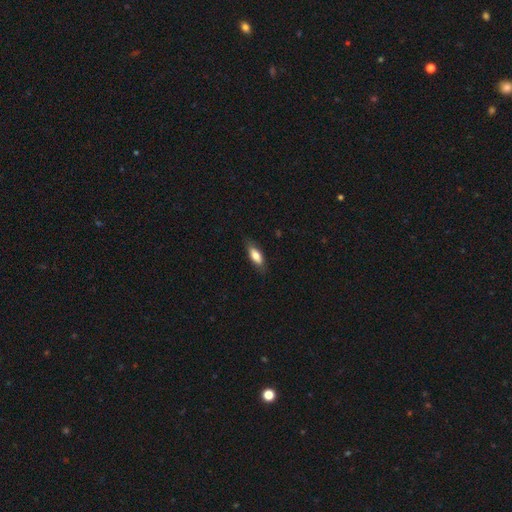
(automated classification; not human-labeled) This appears to be a smooth galaxy with no disk features (76%) that is in between round and cigar-shaped (68%). Merging: none (80%).